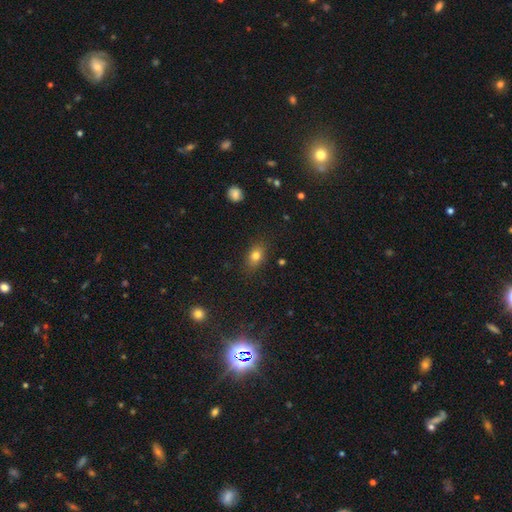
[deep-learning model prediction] A smooth galaxy with no disk features (77%) that is in between round and cigar-shaped (73%). Merging: none (83%).